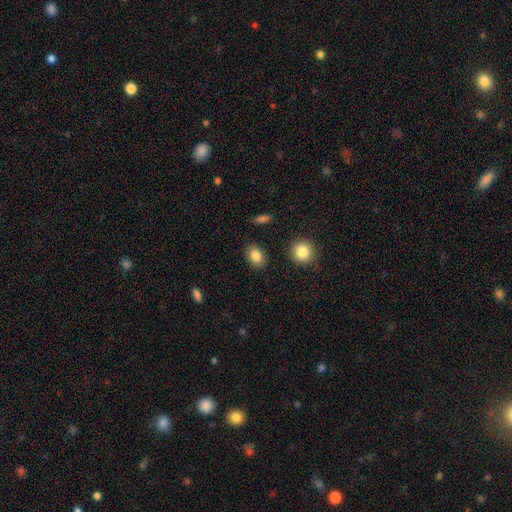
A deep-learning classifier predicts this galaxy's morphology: A smooth galaxy with no disk features (85%) that is in between round and cigar-shaped (74%). Merging: none (87%).